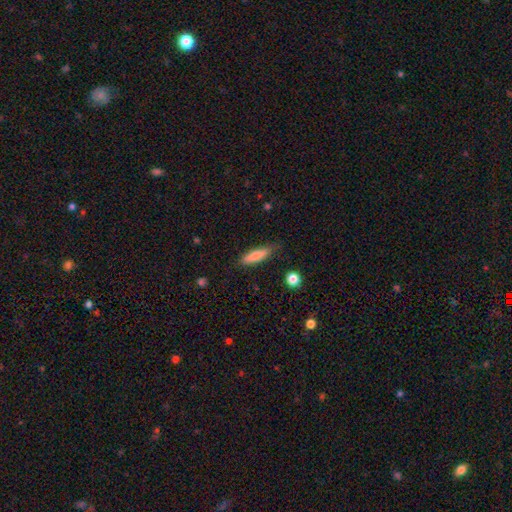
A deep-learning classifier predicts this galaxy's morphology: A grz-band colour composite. It shows a smooth galaxy with no disk features (79%) that is cigar-shaped (73%). Merging: none (76%).